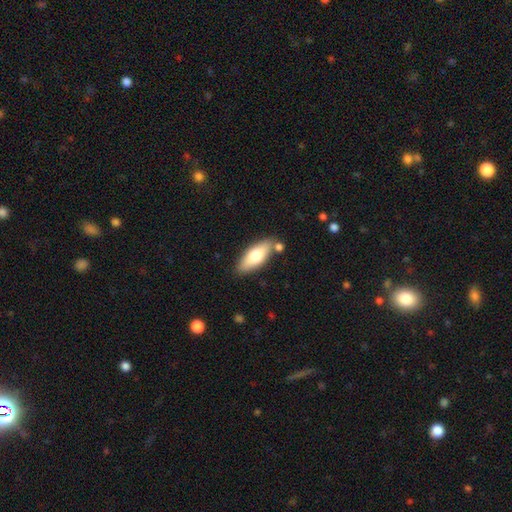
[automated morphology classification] The model was most divided on "smooth or featured": smooth: 68%, featured or disk: 27%, star or artifact: 6%. More confident: merging — none (79%); how rounded — in between (71%).